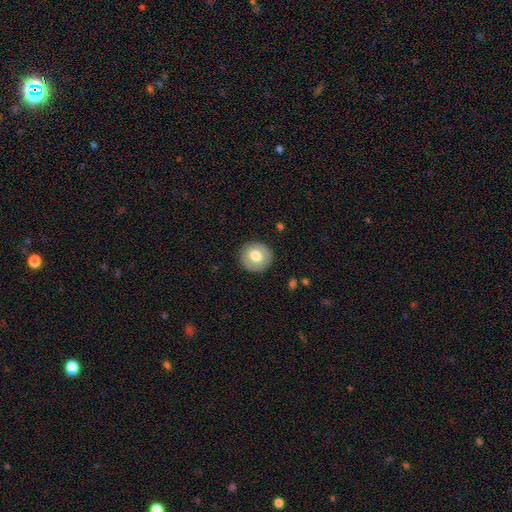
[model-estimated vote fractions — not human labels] smooth 67%, featured or disk 26%, star or artifact 7%. Down the decision tree: how rounded — round (88%); merging — none (88%).